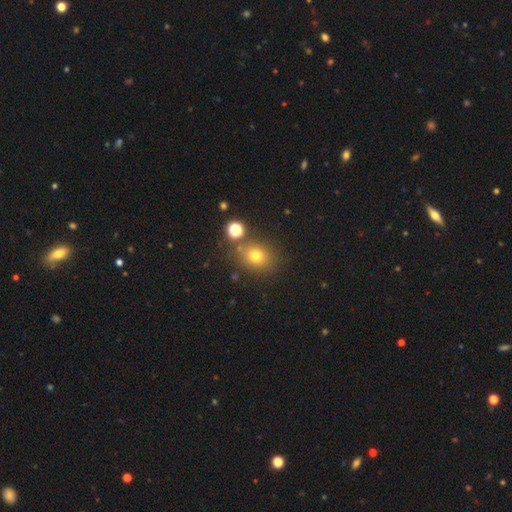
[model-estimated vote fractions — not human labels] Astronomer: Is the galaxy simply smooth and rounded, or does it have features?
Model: smooth — 73%.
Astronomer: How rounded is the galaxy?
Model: round — 66%.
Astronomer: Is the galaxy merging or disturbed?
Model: none — 76%.